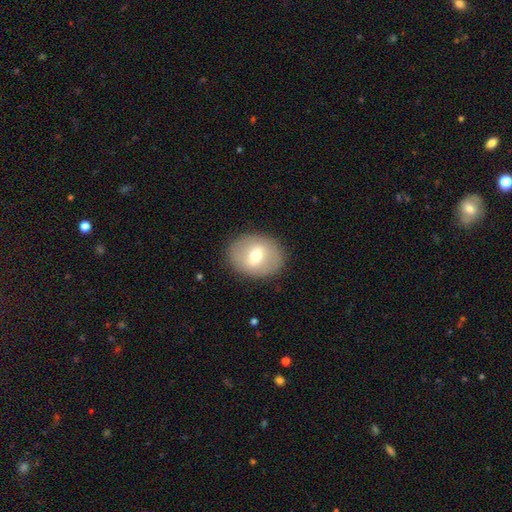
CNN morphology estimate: Smooth or featured? Predicted: smooth (p=0.56). How rounded? Predicted: in between (p=0.51). Merging? Predicted: none (p=0.86).